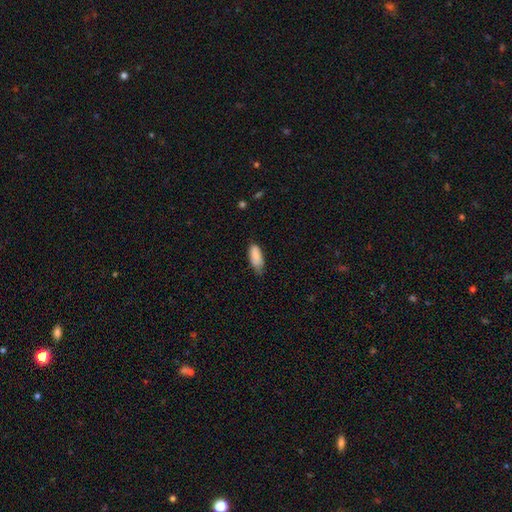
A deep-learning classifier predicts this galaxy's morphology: Q: Smooth or featured?
A: smooth (85%); runner-up: featured or disk (8%)
Q: How rounded?
A: in between (79%); runner-up: cigar-shaped (19%)
Q: Merging?
A: none (55%); runner-up: minor disturbance (37%)